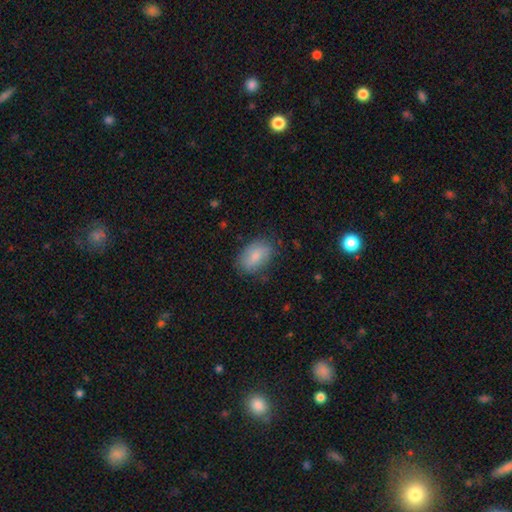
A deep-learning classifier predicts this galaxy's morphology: smooth_or_featured: smooth (p=0.75) [alt: featured or disk p=0.14]
how_rounded: in between (p=0.89) [alt: round p=0.09]
merging: none (p=0.80) [alt: minor disturbance p=0.15]